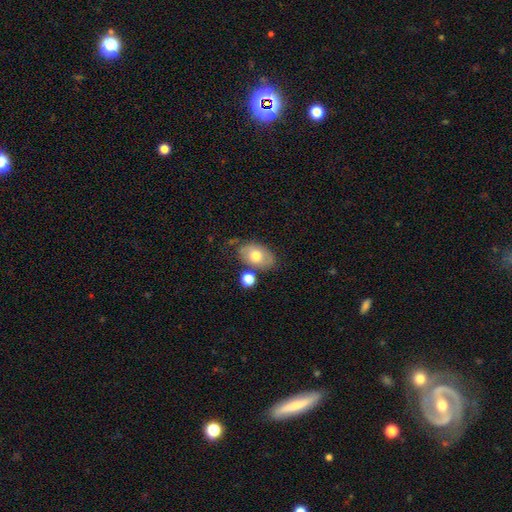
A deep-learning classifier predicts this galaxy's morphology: smooth-or-featured: smooth: 66% | featured or disk: 26% | star or artifact: 8%
  how-rounded: in between: 86% | round: 13% | cigar-shaped: 1%
  merging: none: 63% | minor disturbance: 20% | merger: 11% | major disturbance: 6%